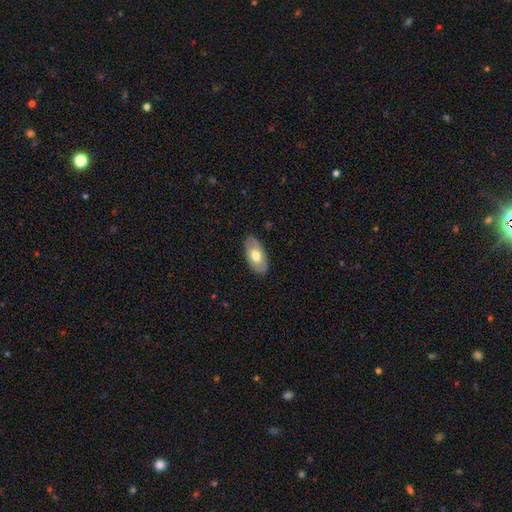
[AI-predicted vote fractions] This is possibly a smooth galaxy (55%). How rounded: clearly in between (94%). Merging: clearly none (83%).